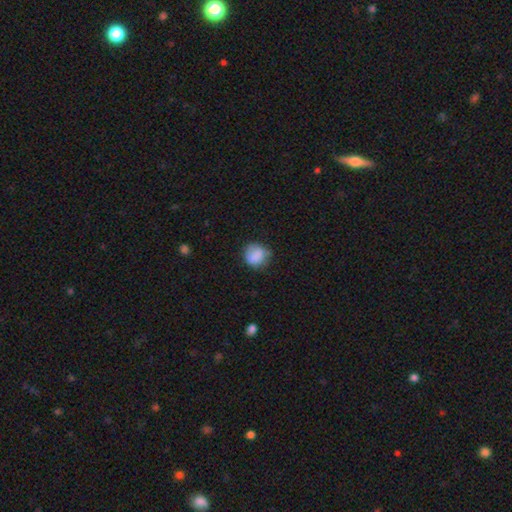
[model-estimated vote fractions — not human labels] Smooth or featured: smooth — 84% (star or artifact — 8%)
How rounded: round — 81% (in between — 18%)
Merging: none — 69% (minor disturbance — 23%)